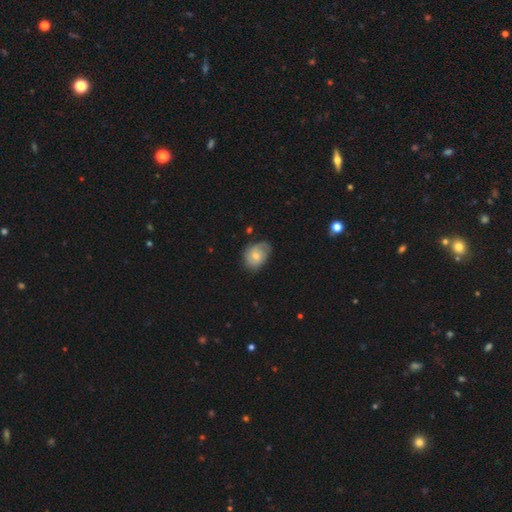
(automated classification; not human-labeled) This appears to be a featured or disk galaxy (49%). Merging: none (58%).